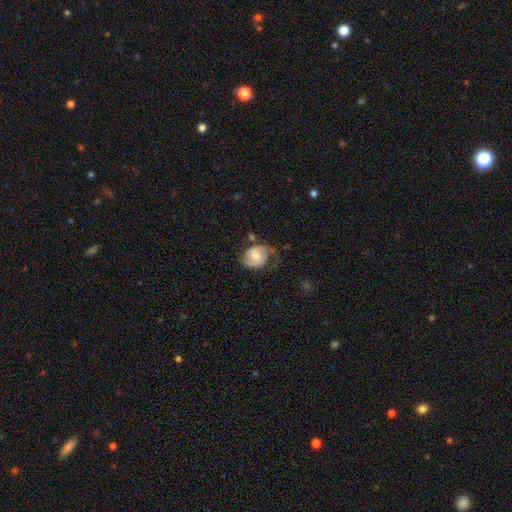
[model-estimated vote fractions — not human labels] Smooth or featured? Predicted: featured or disk (p=0.63). Edge-on disk? Predicted: no (p=0.98). Bar? Predicted: weak (p=0.46). Spiral arms? Predicted: yes (p=0.88). Spiral winding? Predicted: medium (p=0.46). Spiral arm count? Predicted: 2 (p=0.79). Bulge size? Predicted: moderate (p=0.38). Merging? Predicted: none (p=0.45).